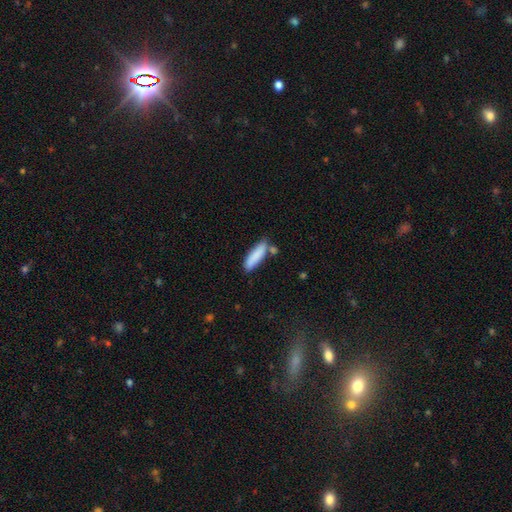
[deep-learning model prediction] smooth-or-featured: smooth: 86% | featured or disk: 9% | star or artifact: 6%
  how-rounded: cigar-shaped: 63% | in between: 35% | round: 2%
  merging: none: 71% | minor disturbance: 16% | merger: 9% | major disturbance: 3%